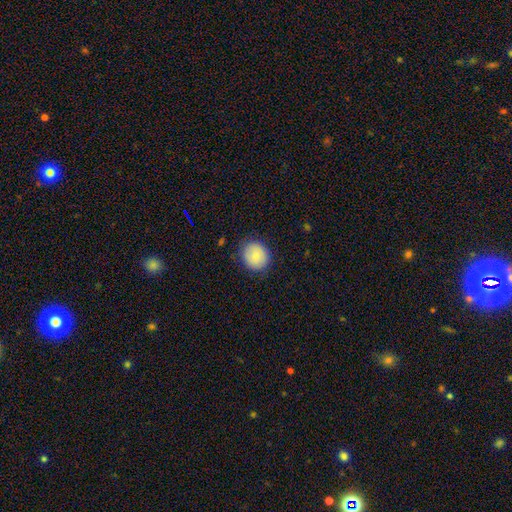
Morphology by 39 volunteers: Smooth or featured? 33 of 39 (85%) said smooth. How rounded? 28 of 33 (85%) said round. Merging? 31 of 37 (84%) said none.